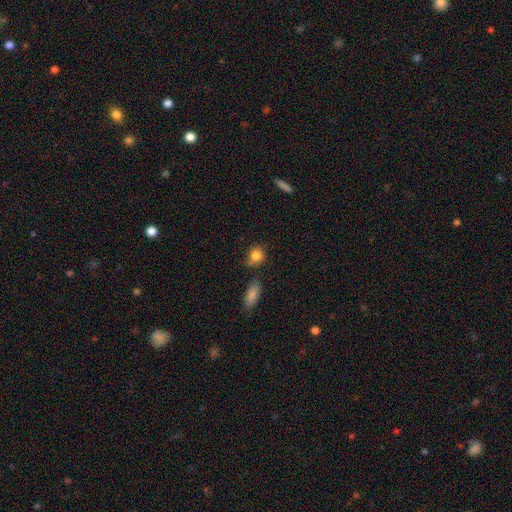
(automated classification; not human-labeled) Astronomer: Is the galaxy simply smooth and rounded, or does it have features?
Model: smooth — 84%.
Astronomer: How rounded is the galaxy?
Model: round — 76%.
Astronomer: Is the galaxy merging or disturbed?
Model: none — 63%.